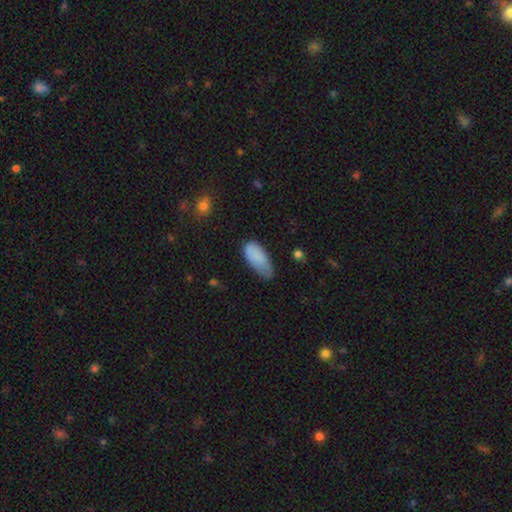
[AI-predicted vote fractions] Q: Smooth or featured?
A: smooth (85%); runner-up: featured or disk (9%)
Q: How rounded?
A: in between (88%); runner-up: cigar-shaped (10%)
Q: Merging?
A: minor disturbance (46%); runner-up: none (37%)